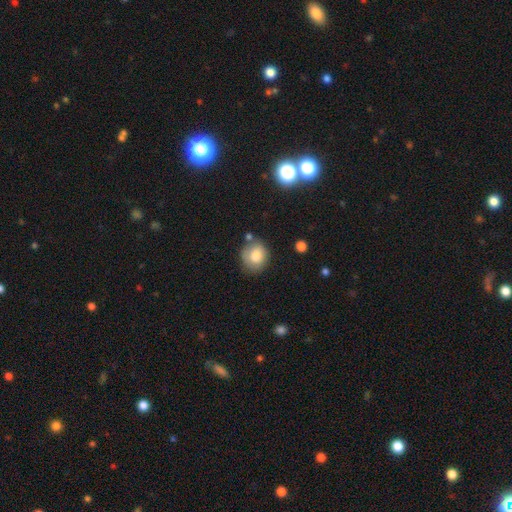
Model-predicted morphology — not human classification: Overall: smooth (76%). How rounded: round (73%). Merging: none (68%).